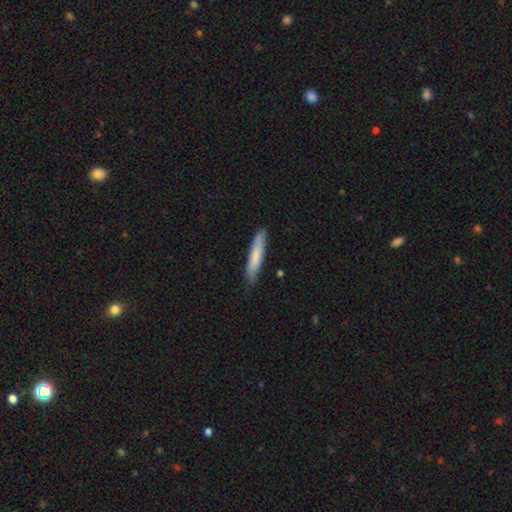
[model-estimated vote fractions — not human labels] The model was most divided on "smooth or featured": smooth: 77%, featured or disk: 18%, star or artifact: 5%. More confident: how rounded — cigar-shaped (90%); merging — none (81%).